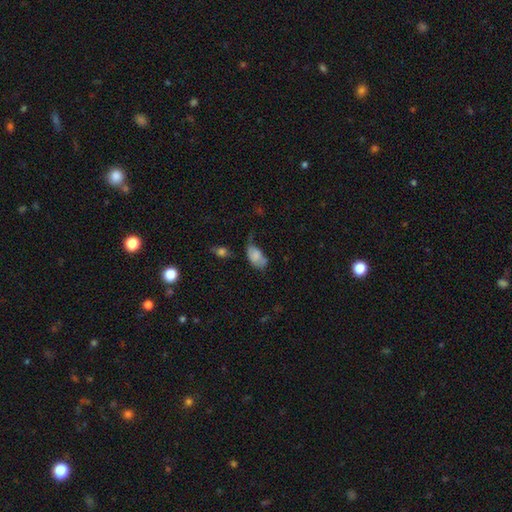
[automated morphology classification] Smooth or featured?
  - smooth: 75% *
  - featured or disk: 16%
  - star or artifact: 9%
How rounded?
  - in between: 90% *
  - round: 8%
  - cigar-shaped: 2%
Merging?
  - minor disturbance: 36% *
  - none: 29%
  - major disturbance: 26%
  - merger: 8%